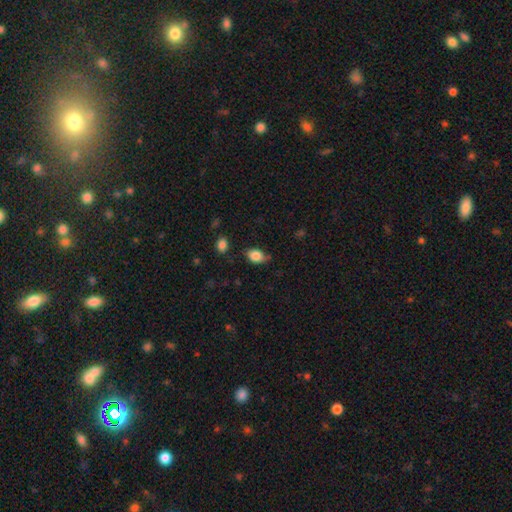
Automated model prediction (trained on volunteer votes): Smooth or featured? smooth (84%)
How rounded? in between (80%)
Merging? none (63%)